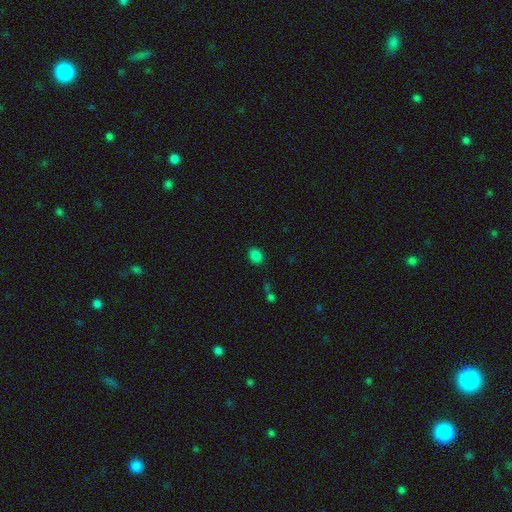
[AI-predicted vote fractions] Smooth or featured? smooth (83%)
How rounded? in between (55%)
Merging? none (86%)